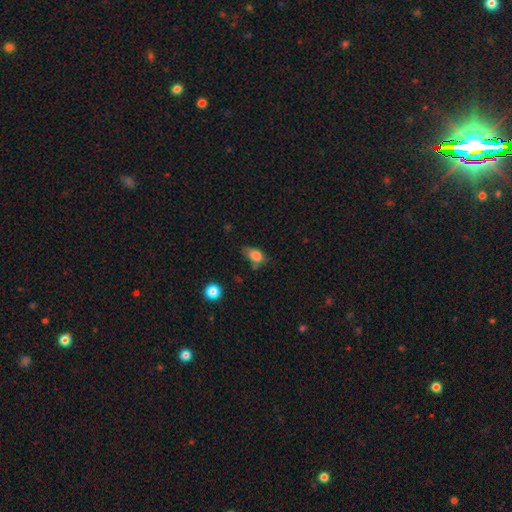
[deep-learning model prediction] A smooth galaxy with no disk features (82%) that is in between round and cigar-shaped (80%). Merging: none (46%).